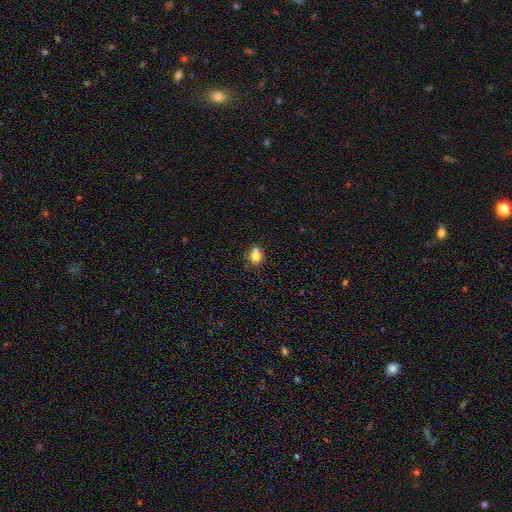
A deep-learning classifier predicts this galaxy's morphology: Smooth or featured? Predicted: smooth (p=0.78). How rounded? Predicted: round (p=0.72). Merging? Predicted: none (p=0.53).